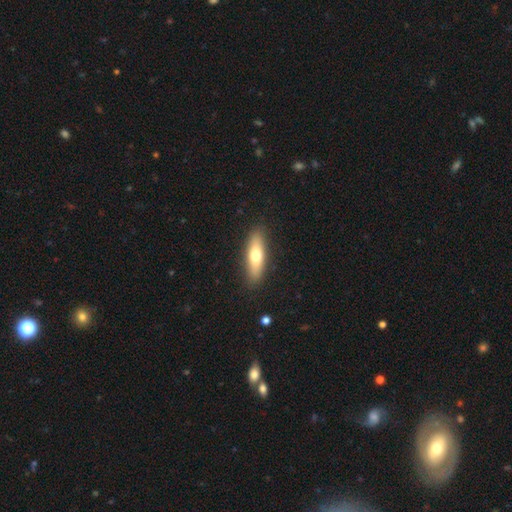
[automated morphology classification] Smooth or featured? Predicted: smooth (p=0.65). How rounded? Predicted: cigar-shaped (p=0.55). Merging? Predicted: none (p=0.88).